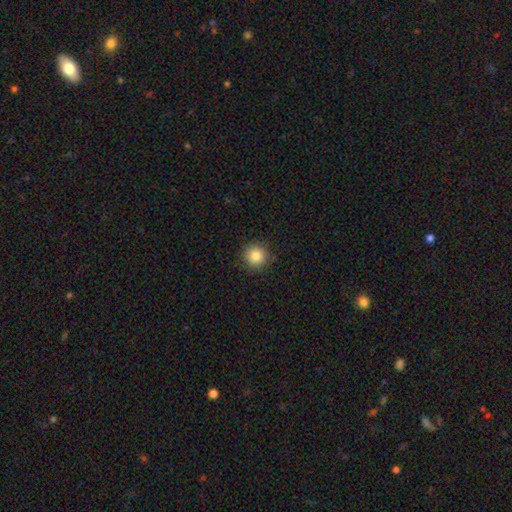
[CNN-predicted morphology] This appears to be a smooth galaxy with no disk features (84%) that is round (94%). Merging: none (90%).